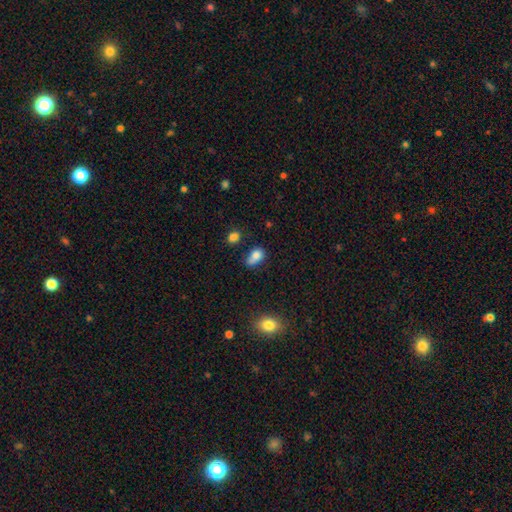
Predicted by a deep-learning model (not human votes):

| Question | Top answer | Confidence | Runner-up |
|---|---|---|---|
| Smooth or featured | smooth | 80% | star or artifact (11%) |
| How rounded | in between | 75% | round (23%) |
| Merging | none | 38% | minor disturbance (32%) |